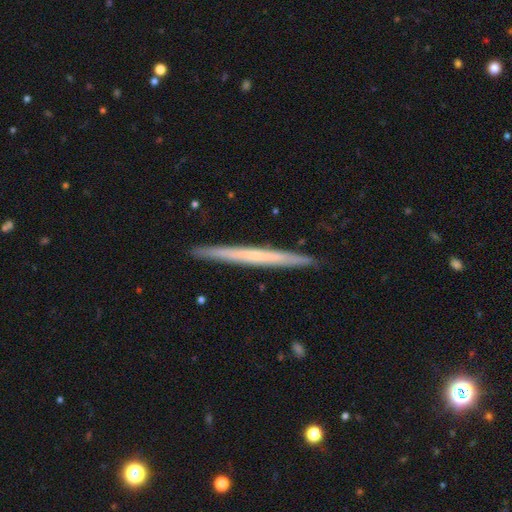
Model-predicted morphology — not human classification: A featured or disk galaxy (55%) viewed edge-on (97%) with no central bulge (82%).

Vote fractions:
- Smooth or featured? featured or disk: 55% / smooth: 40% / star or artifact: 6%
- Edge-on disk? yes: 97% / no: 3%
- Edge-on bulge? none: 82% / rounded: 15% / boxy: 3%
- Merging? none: 92% / minor disturbance: 6% / major disturbance: 1% / merger: 1%